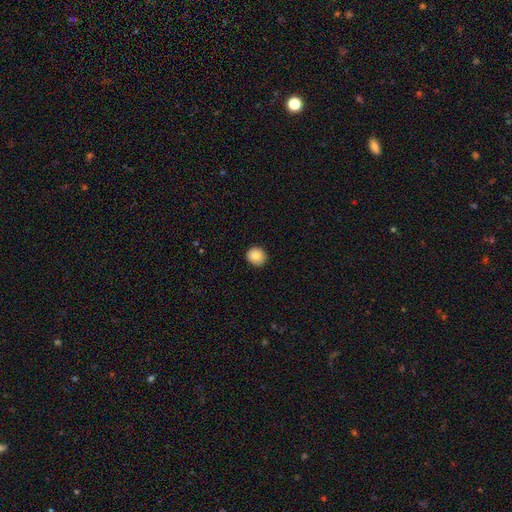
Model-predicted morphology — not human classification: This is clearly a smooth galaxy (86%). How rounded: clearly round (86%). Merging: clearly none (91%).